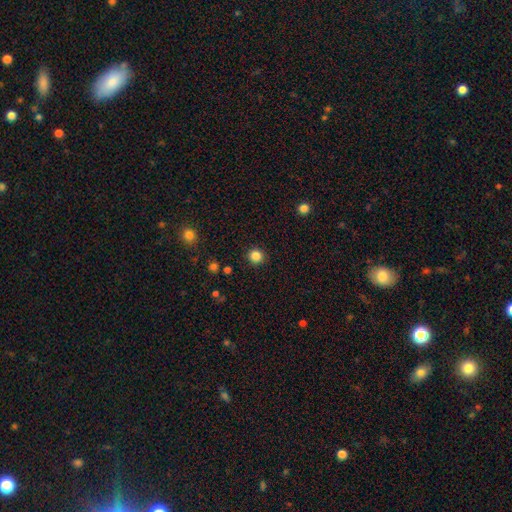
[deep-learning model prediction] Smooth or featured: smooth — 85% (star or artifact — 12%)
How rounded: round — 93% (in between — 7%)
Merging: none — 91% (minor disturbance — 6%)